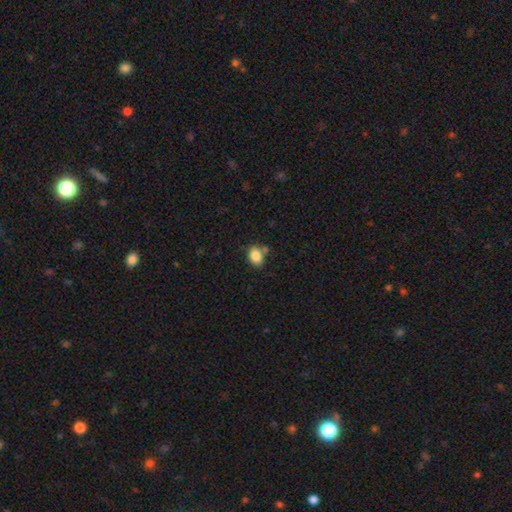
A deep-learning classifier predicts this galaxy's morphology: smooth_or_featured: smooth (p=0.85) [alt: star or artifact p=0.09]
how_rounded: in between (p=0.74) [alt: round p=0.25]
merging: none (p=0.66) [alt: minor disturbance p=0.16]